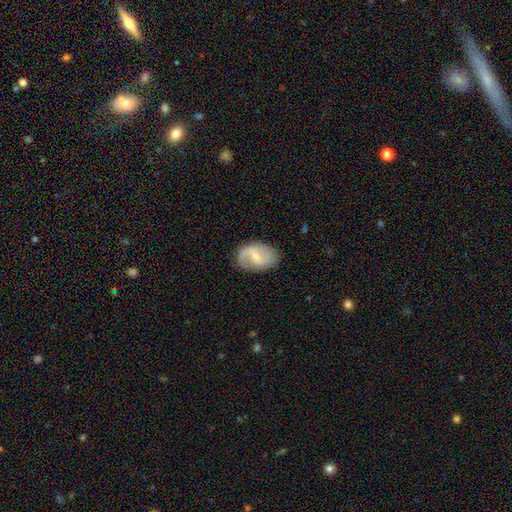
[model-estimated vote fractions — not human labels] Morphology: type=featured or disk (67%); edge-on=no (97%); bar=weak (56%); spiral arms=yes (85%); winding=loose (51%); arm count=2 (77%); bulge=small (59%); merging=none (74%).